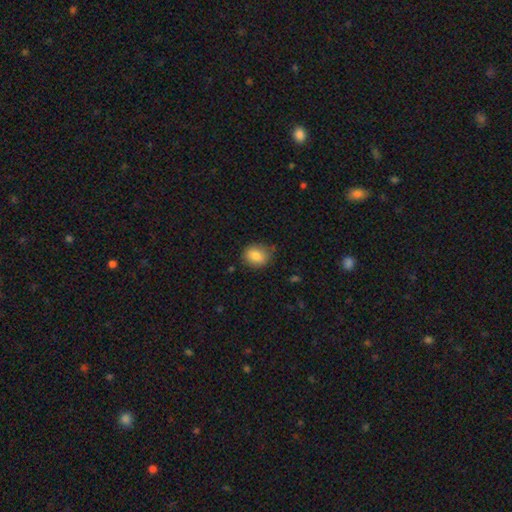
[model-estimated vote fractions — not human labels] A smooth galaxy with no disk features (83%) that is round (56%).

Vote fractions:
- Smooth or featured? smooth: 83% / star or artifact: 9% / featured or disk: 8%
- How rounded? round: 56% / in between: 43% / cigar-shaped: 1%
- Merging? none: 80% / minor disturbance: 15% / major disturbance: 3% / merger: 2%